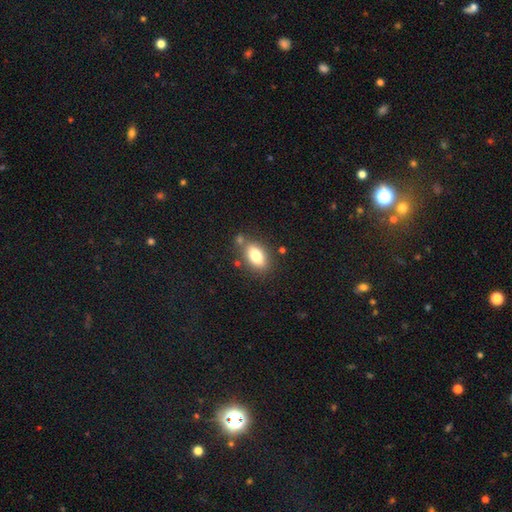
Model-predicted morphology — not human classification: A smooth galaxy with no disk features (78%) that is in between round and cigar-shaped (87%).

Vote fractions:
- Smooth or featured? smooth: 78% / featured or disk: 13% / star or artifact: 9%
- How rounded? in between: 87% / cigar-shaped: 7% / round: 6%
- Merging? none: 72% / minor disturbance: 14% / merger: 10% / major disturbance: 4%